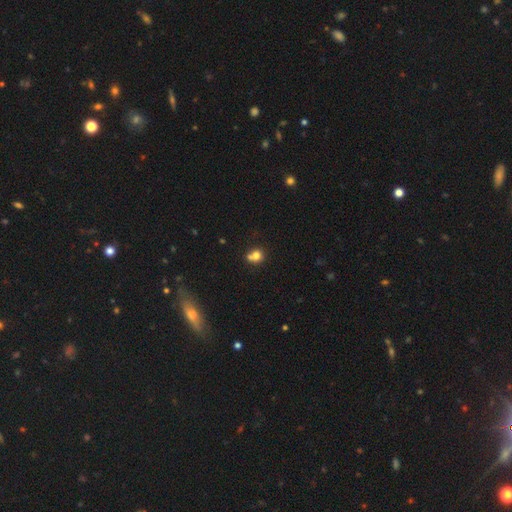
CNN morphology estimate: The model was most divided on "merging": none: 43%, merger: 38%, minor disturbance: 14%, major disturbance: 6%. More confident: smooth or featured — smooth (75%); how rounded — round (74%).